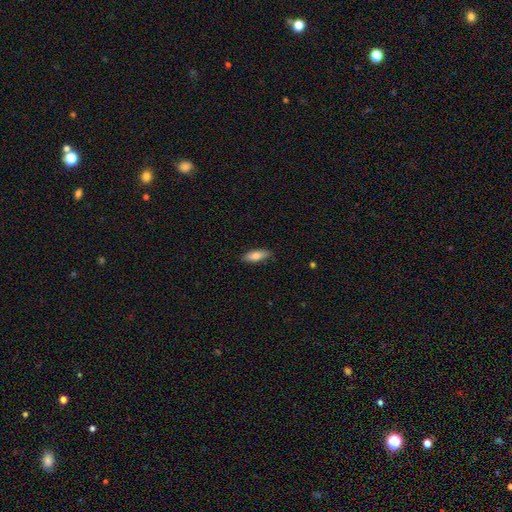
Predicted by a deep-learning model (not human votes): This appears to be a smooth galaxy with no disk features (78%) that is in between round and cigar-shaped (66%). Merging: none (86%).